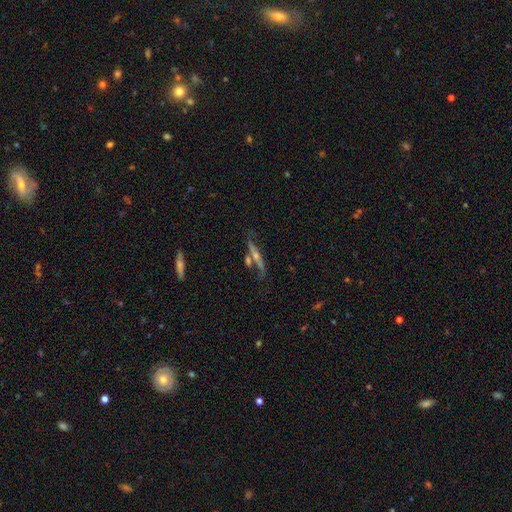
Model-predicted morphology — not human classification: featured or disk 68%, smooth 22%, star or artifact 11%. Down the decision tree: edge-on disk — yes (83%); edge-on bulge — rounded (78%); merging — none (60%).